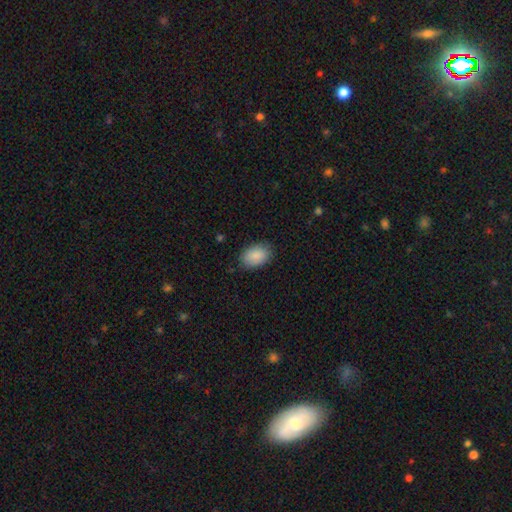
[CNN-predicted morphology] type=smooth (89%); roundness=in between (89%); merging=none (84%).